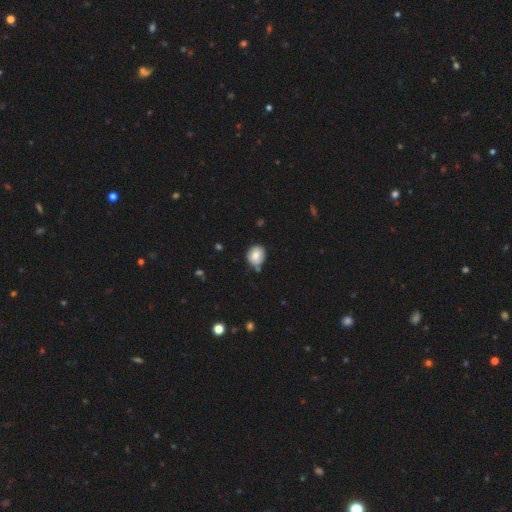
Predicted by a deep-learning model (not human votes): Morphology: type=smooth (77%); roundness=round (66%); merging=none (68%).